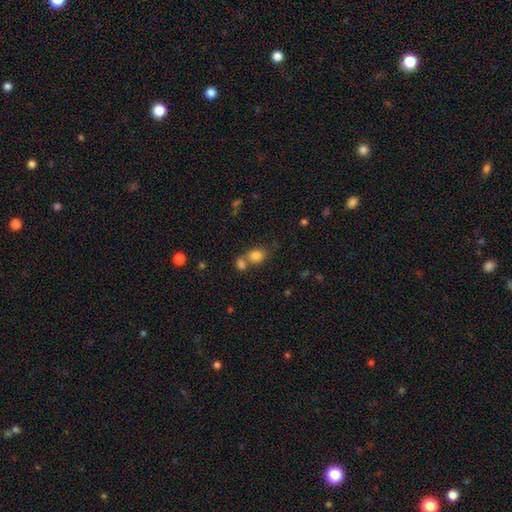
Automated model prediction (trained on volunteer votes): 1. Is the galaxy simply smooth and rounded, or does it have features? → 82% smooth, 11% star or artifact, 7% featured or disk.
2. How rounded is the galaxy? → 52% round, 46% in between, 1% cigar-shaped.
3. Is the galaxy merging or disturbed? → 44% none, 42% merger, 9% minor disturbance, 4% major disturbance.